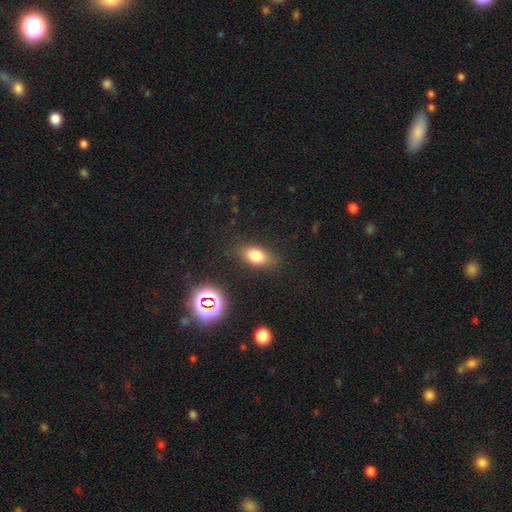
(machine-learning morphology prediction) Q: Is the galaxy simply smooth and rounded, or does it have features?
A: smooth — 77%.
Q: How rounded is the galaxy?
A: in between — 84%.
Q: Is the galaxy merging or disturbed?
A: none — 81%.